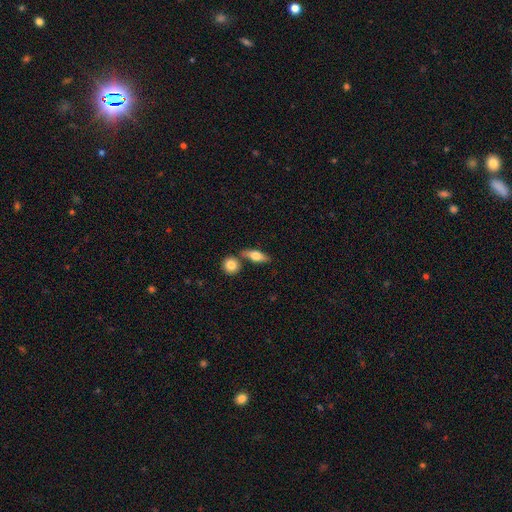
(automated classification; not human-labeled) A smooth galaxy with no disk features (58%) that is in between round and cigar-shaped (60%).

Vote fractions:
- Smooth or featured? smooth: 58% / featured or disk: 36% / star or artifact: 6%
- How rounded? in between: 60% / cigar-shaped: 32% / round: 8%
- Merging? none: 66% / merger: 20% / minor disturbance: 11% / major disturbance: 3%